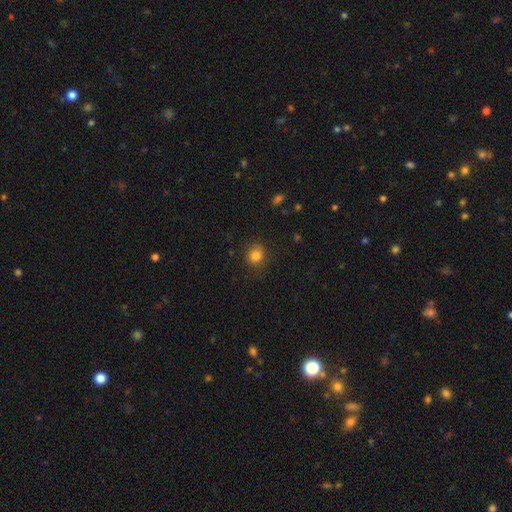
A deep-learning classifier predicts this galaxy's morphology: This appears to be a smooth galaxy with no disk features (82%) that is round (76%). Merging: none (79%).